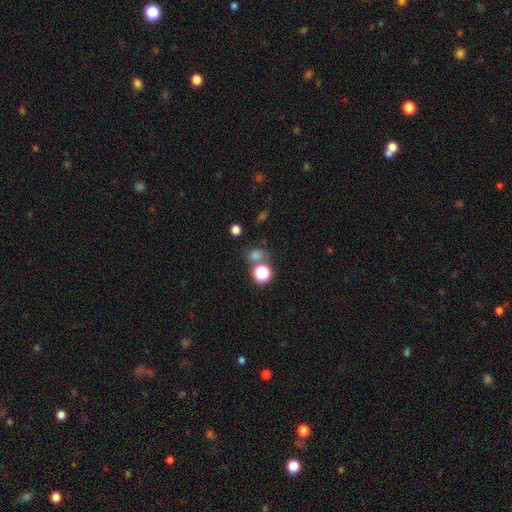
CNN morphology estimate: This appears to be a smooth galaxy with no disk features (69%) that is round (75%). Merging: none (65%).